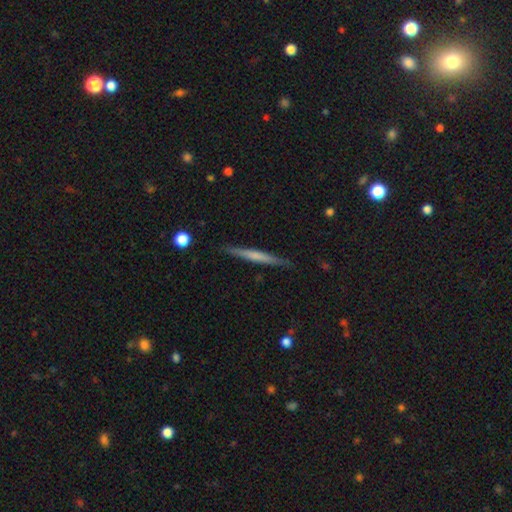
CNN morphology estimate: type=featured or disk (48%); merging=none (89%).